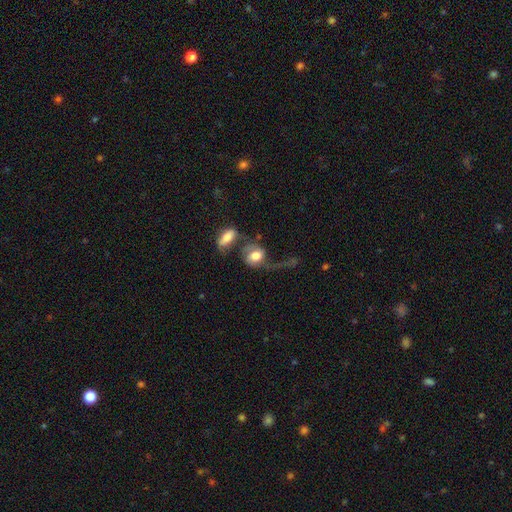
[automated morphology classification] smooth 51%, featured or disk 41%, star or artifact 8%. Down the decision tree: how rounded — in between (53%); merging — major disturbance (34%).